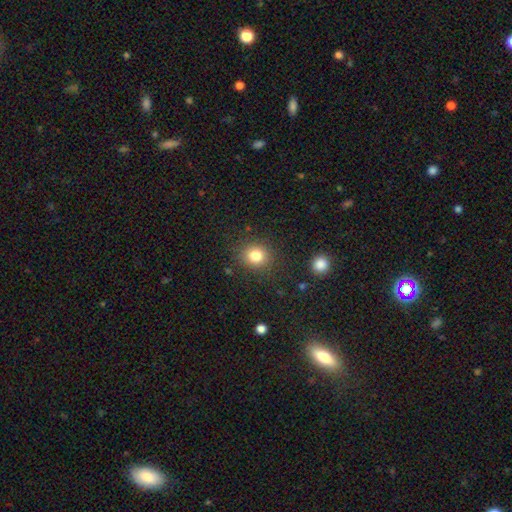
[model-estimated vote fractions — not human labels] Smooth or featured: smooth — 82% (star or artifact — 12%)
How rounded: round — 82% (in between — 17%)
Merging: none — 85% (minor disturbance — 9%)